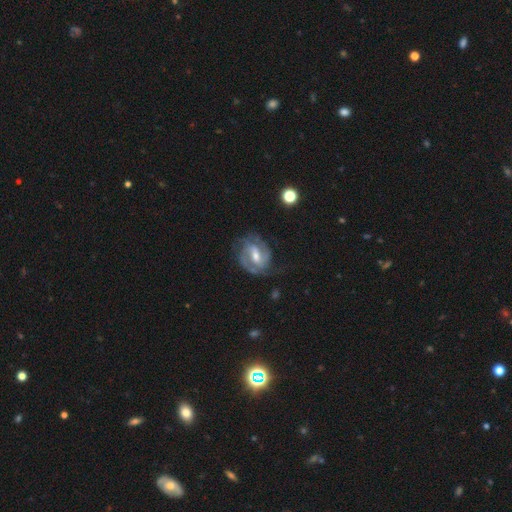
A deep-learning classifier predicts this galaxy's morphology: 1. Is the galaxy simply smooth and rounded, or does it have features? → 87% featured or disk, 9% smooth, 5% star or artifact.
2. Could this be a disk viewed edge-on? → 97% no, 3% yes.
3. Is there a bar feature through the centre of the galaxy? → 49% weak, 37% strong, 15% no.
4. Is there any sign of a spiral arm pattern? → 95% yes, 5% no.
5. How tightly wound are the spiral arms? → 46% medium, 43% tight, 11% loose.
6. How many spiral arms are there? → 78% 2, 8% 3, 8% can't tell, 3% 1, 2% 4, 2% more than 4.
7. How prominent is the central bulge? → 62% moderate, 28% small, 6% large, 2% none, 1% dominant.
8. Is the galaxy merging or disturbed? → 69% none, 20% minor disturbance, 10% major disturbance, 2% merger.